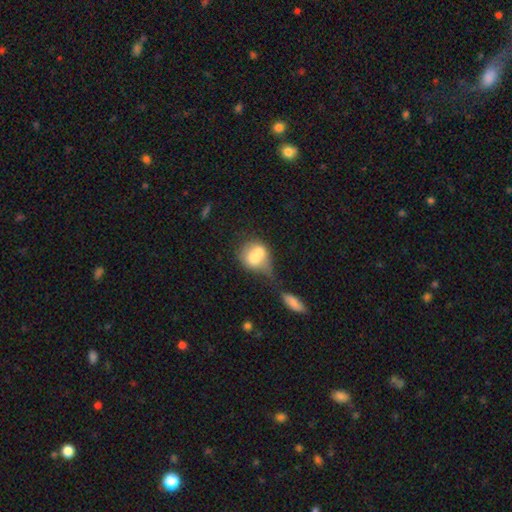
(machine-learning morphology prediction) Smooth or featured?
  - smooth: 65% *
  - featured or disk: 27%
  - star or artifact: 8%
How rounded?
  - round: 65% *
  - in between: 33%
  - cigar-shaped: 2%
Merging?
  - merger: 66% *
  - none: 17%
  - minor disturbance: 9%
  - major disturbance: 7%